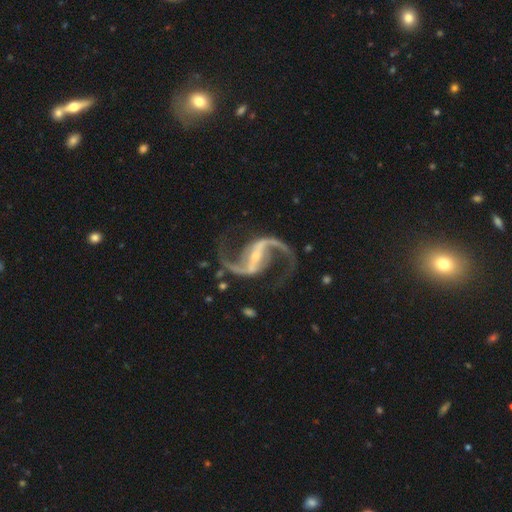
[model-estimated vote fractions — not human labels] smooth_or_featured: featured or disk (p=0.94) [alt: star or artifact p=0.04]
disk_edge_on: no (p=0.98) [alt: yes p=0.02]
bar: strong (p=0.66) [alt: weak p=0.25]
has_spiral_arms: yes (p=0.98) [alt: no p=0.02]
spiral_winding: loose (p=0.53) [alt: medium p=0.40]
spiral_arm_count: 2 (p=0.95) [alt: 1 p=0.01]
bulge_size: small (p=0.75) [alt: moderate p=0.18]
merging: none (p=0.80) [alt: minor disturbance p=0.11]